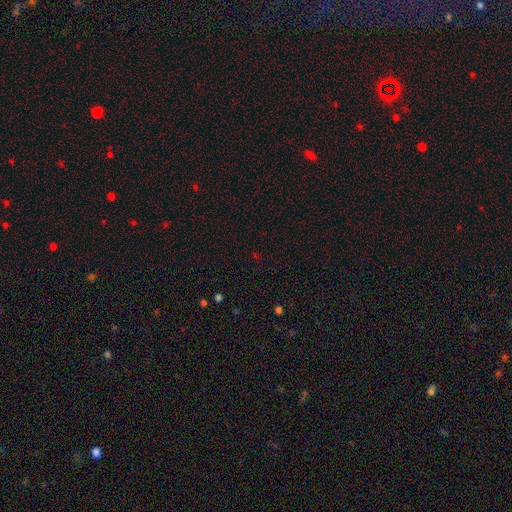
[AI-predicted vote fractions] This is likely a star or artifact rather than a galaxy (65%).